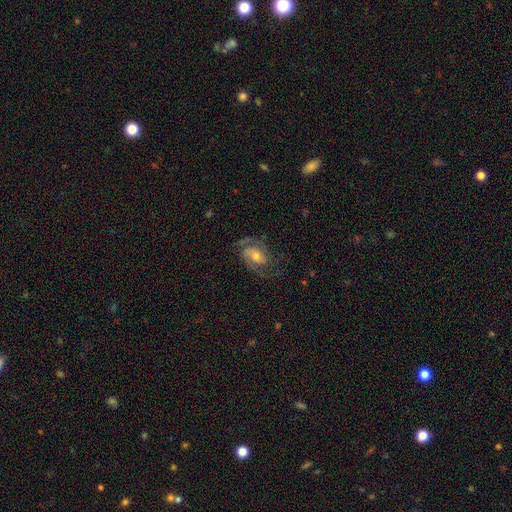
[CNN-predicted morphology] smooth-or-featured: featured or disk: 80% | smooth: 13% | star or artifact: 7%
  disk-edge-on: no: 97% | yes: 3%
    bar: no: 50% | weak: 38% | strong: 12%
    has-spiral-arms: yes: 94% | no: 6%
      spiral-winding: medium: 51% | tight: 28% | loose: 21%
      spiral-arm-count: 2: 75% | can't tell: 9% | 3: 7% | 1: 5% | 4: 2% | more than 4: 2%
    bulge-size: moderate: 56% | small: 33% | large: 7% | none: 2% | dominant: 1%
  merging: none: 67% | minor disturbance: 18% | major disturbance: 14% | merger: 1%